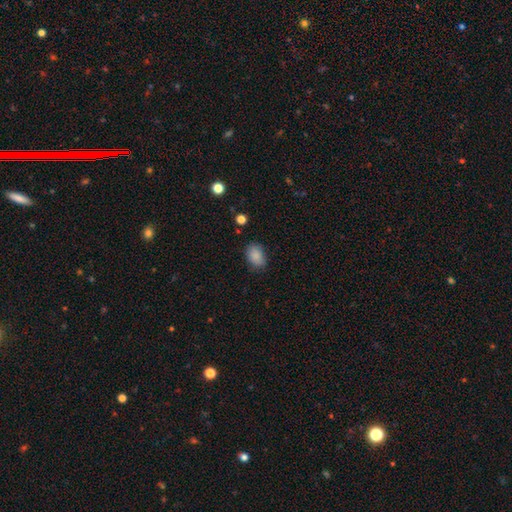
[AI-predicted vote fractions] Morphology: type=smooth (87%); roundness=in between (79%); merging=none (80%).